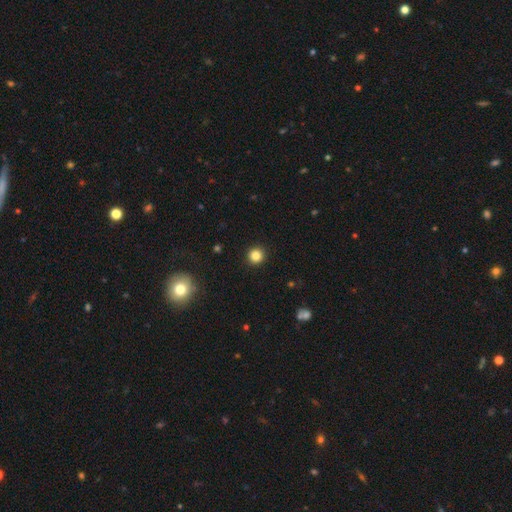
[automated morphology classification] smooth_or_featured: smooth (p=0.84) [alt: star or artifact p=0.12]
how_rounded: round (p=0.95) [alt: in between p=0.04]
merging: none (p=0.93) [alt: minor disturbance p=0.04]